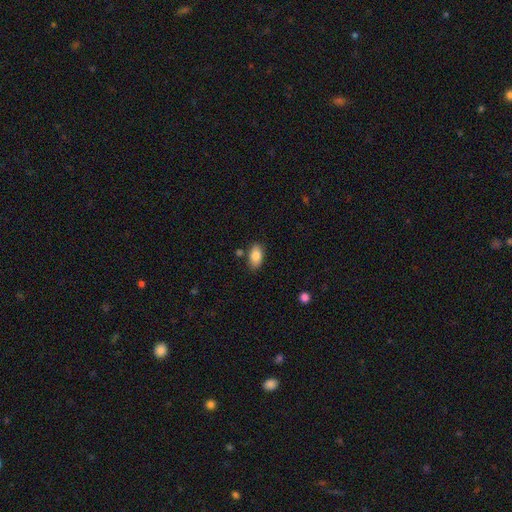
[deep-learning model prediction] The model was most divided on "merging": none: 81%, minor disturbance: 12%, merger: 5%, major disturbance: 3%. More confident: how rounded — in between (92%); smooth or featured — smooth (85%).